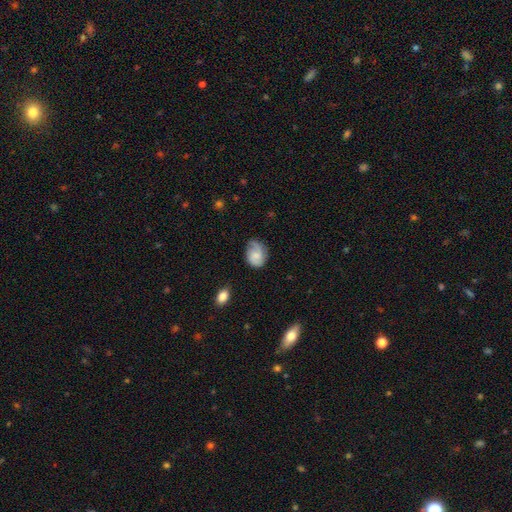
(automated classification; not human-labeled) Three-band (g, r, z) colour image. It shows a smooth galaxy with no disk features (48%). Merging: none (58%).